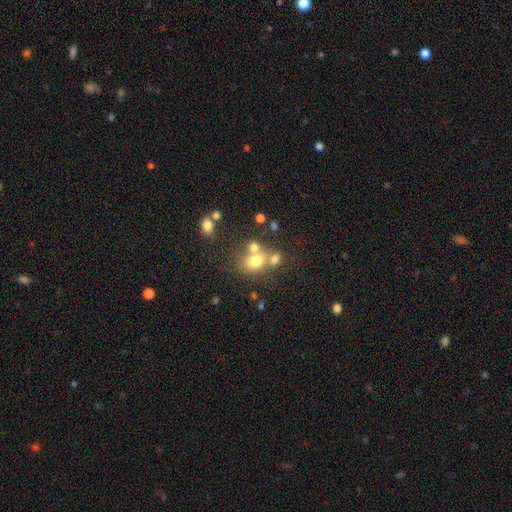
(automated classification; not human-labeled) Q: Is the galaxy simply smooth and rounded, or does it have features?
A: smooth — 64%.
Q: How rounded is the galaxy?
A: round — 54%.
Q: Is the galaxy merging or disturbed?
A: none — 42%.